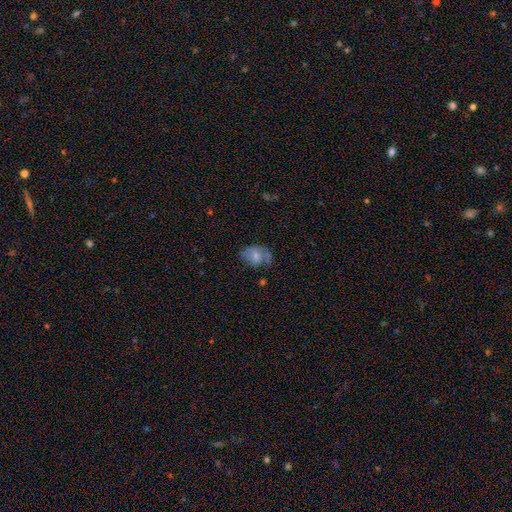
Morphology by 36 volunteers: Smooth or featured? 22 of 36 (61%) said smooth. How rounded? 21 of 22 (95%) said in between. Merging? 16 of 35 (46%) said none.